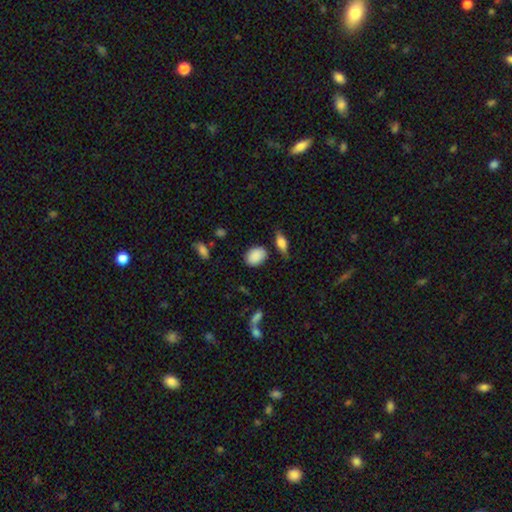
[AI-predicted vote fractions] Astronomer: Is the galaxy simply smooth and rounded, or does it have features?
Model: smooth — 87%.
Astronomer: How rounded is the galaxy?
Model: in between — 71%.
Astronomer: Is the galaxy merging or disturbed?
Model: none — 76%.